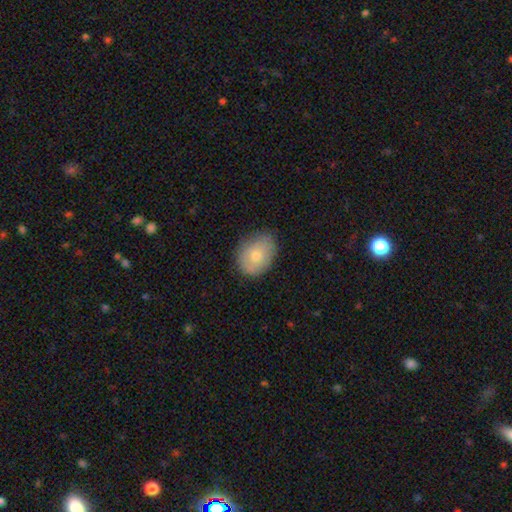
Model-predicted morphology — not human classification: Overall: smooth (76%). How rounded: in between (62%; round 37%). Merging: none (74%).